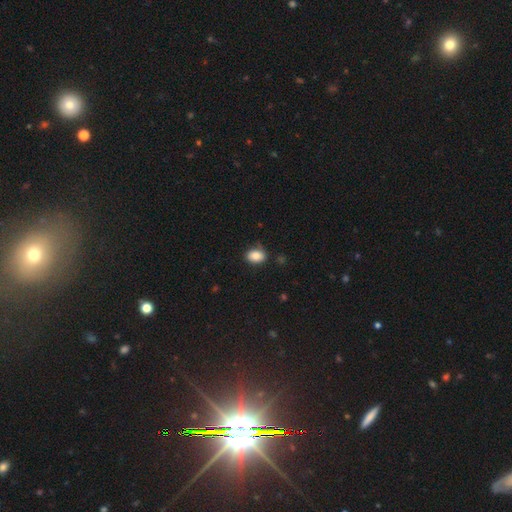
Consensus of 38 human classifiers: Q: Smooth or featured?
A: smooth (89%); runner-up: featured or disk (11%)
Q: How rounded?
A: in between (88%); runner-up: round (9%)
Q: Merging?
A: none (79%); runner-up: minor disturbance (11%)